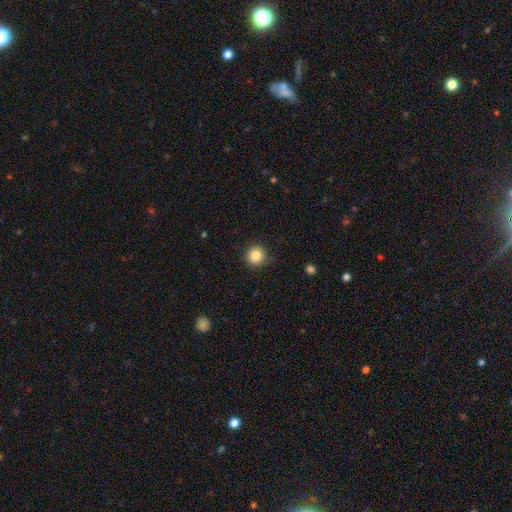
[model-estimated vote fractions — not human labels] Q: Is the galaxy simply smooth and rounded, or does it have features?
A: smooth — 84%.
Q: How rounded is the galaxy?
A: round — 94%.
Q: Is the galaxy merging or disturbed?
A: none — 87%.